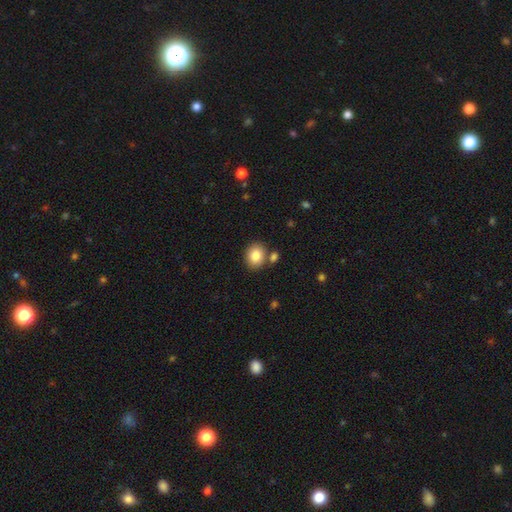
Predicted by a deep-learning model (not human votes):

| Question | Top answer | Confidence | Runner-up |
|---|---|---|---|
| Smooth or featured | smooth | 83% | star or artifact (9%) |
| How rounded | round | 60% | in between (39%) |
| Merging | none | 75% | merger (12%) |